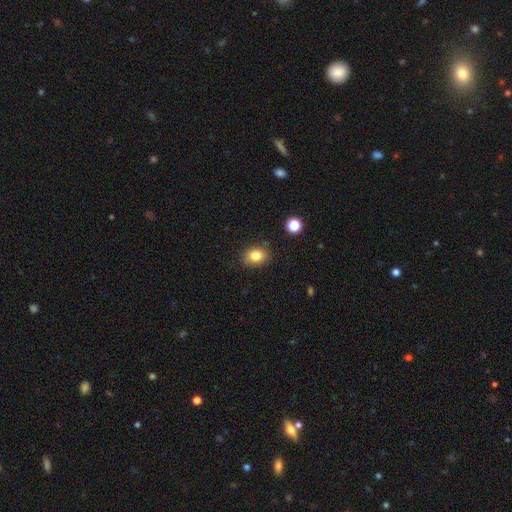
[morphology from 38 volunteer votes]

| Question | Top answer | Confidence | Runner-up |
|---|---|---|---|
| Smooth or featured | smooth | 87% | featured or disk (8%) |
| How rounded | in between | 58% | round (42%) |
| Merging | none | 83% | major disturbance (8%) |